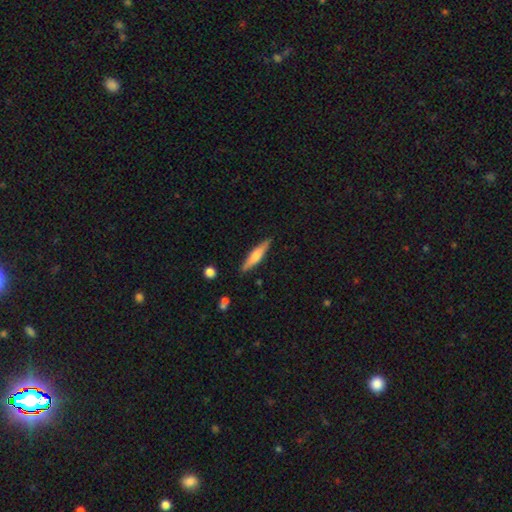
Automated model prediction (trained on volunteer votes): A smooth galaxy with no disk features (55%) that is cigar-shaped (84%).

Vote fractions:
- Smooth or featured? smooth: 55% / featured or disk: 40% / star or artifact: 6%
- How rounded? cigar-shaped: 84% / in between: 14% / round: 2%
- Merging? none: 87% / minor disturbance: 9% / major disturbance: 2% / merger: 2%